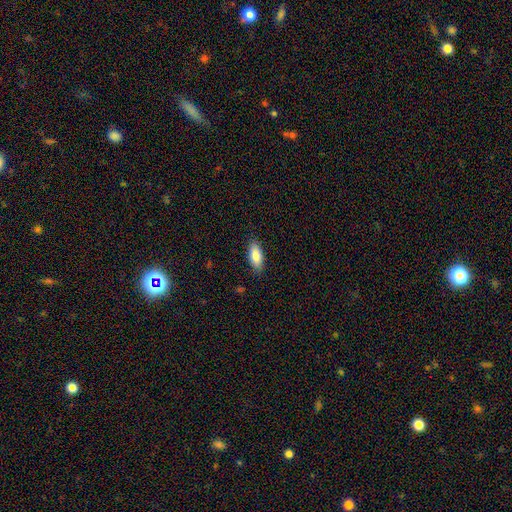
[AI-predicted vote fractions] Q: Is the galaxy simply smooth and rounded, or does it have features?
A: smooth — 84%.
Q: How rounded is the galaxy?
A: in between — 86%.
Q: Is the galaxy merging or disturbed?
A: none — 85%.